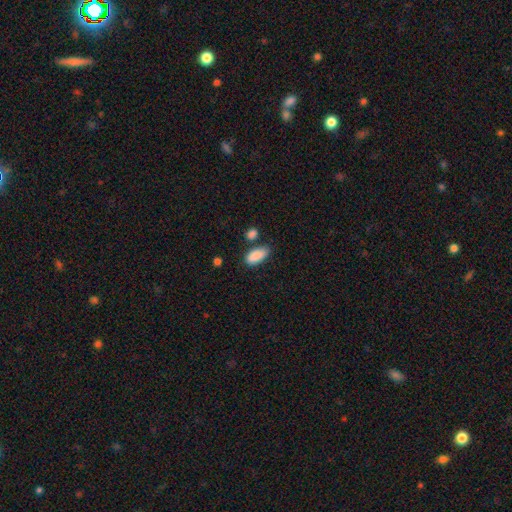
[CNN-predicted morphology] Overall: smooth (88%). How rounded: in between (90%). Merging: none (66%).